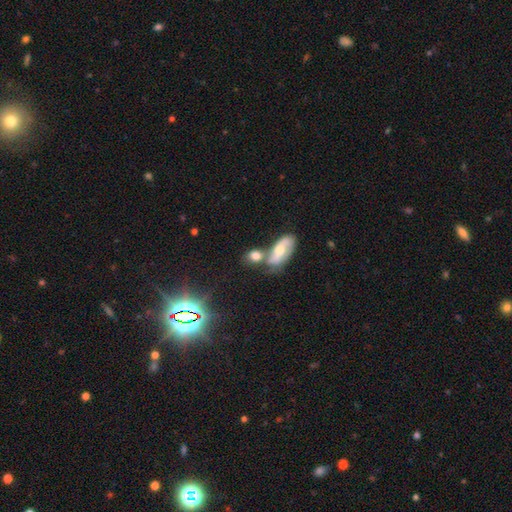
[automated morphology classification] smooth_or_featured: smooth (p=0.60) [alt: featured or disk p=0.27]
how_rounded: in between (p=0.61) [alt: round p=0.31]
merging: none (p=0.41) [alt: merger p=0.40]